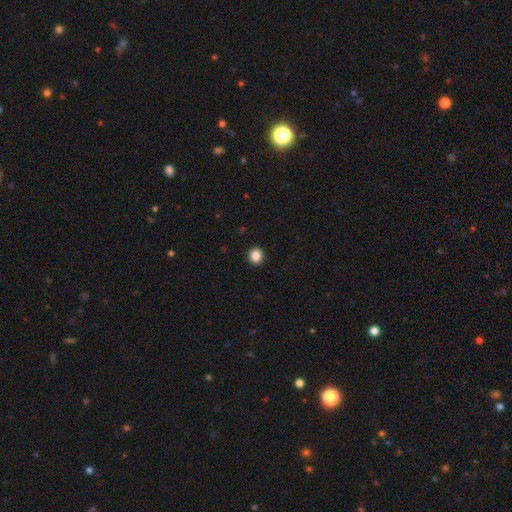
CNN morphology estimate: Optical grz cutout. It shows a smooth galaxy with no disk features (86%) that is round (92%). Merging: none (93%).